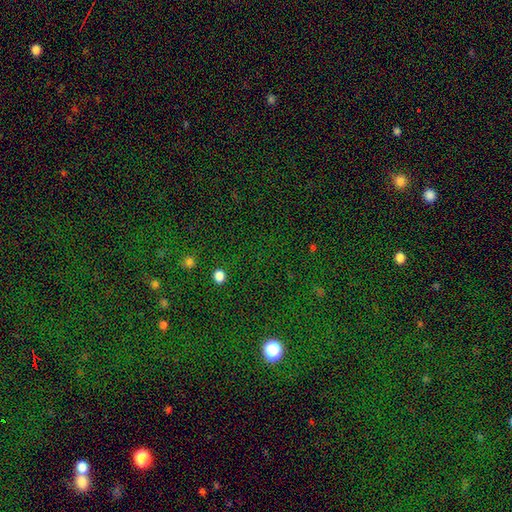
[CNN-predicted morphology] Smooth or featured?
  - star or artifact: 79% *
  - smooth: 13%
  - featured or disk: 7%